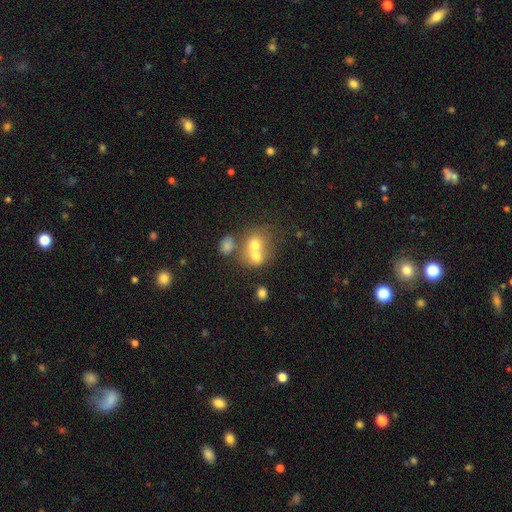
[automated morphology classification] smooth_or_featured: smooth (p=0.65) [alt: featured or disk p=0.23]
how_rounded: round (p=0.62) [alt: in between p=0.37]
merging: merger (p=0.66) [alt: none p=0.23]